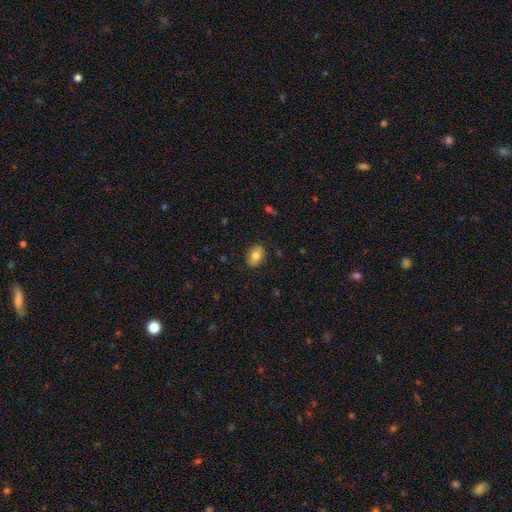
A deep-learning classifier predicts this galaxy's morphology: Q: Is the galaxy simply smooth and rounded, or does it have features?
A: smooth — 77%.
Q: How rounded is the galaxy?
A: in between — 77%.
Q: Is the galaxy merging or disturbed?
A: none — 85%.